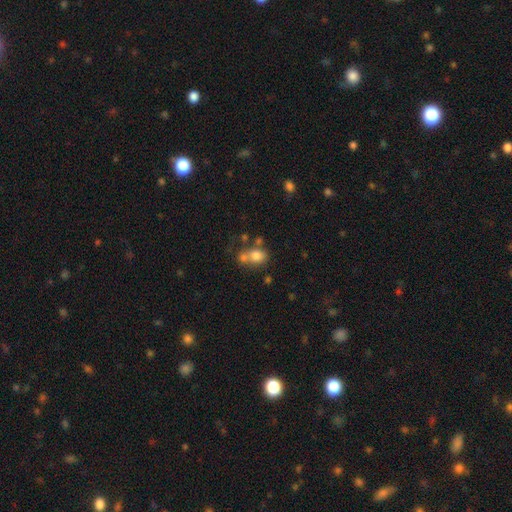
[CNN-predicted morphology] A smooth galaxy with no disk features (74%) that is round (51%).

Vote fractions:
- Smooth or featured? smooth: 74% / featured or disk: 14% / star or artifact: 12%
- How rounded? round: 51% / in between: 47% / cigar-shaped: 1%
- Merging? merger: 44% / none: 37% / minor disturbance: 12% / major disturbance: 7%